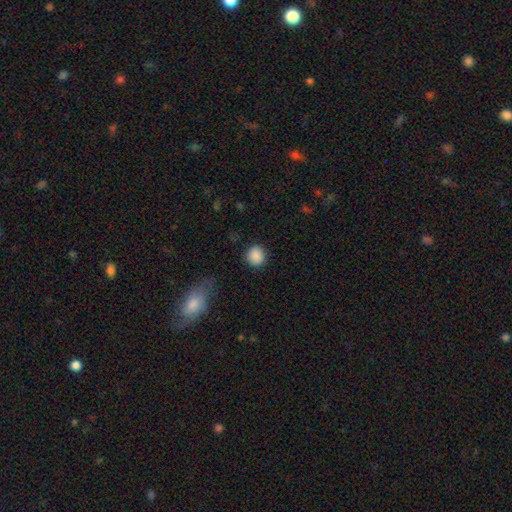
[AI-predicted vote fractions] smooth_or_featured: smooth (p=0.88) [alt: star or artifact p=0.09]
how_rounded: round (p=0.86) [alt: in between p=0.13]
merging: none (p=0.87) [alt: minor disturbance p=0.08]